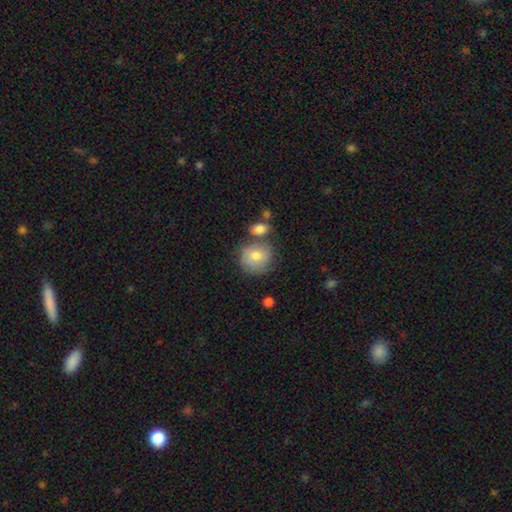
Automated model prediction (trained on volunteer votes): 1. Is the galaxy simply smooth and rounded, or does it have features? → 76% smooth, 16% featured or disk, 7% star or artifact.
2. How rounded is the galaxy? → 83% round, 16% in between, 1% cigar-shaped.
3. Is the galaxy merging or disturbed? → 58% none, 18% minor disturbance, 18% merger, 6% major disturbance.